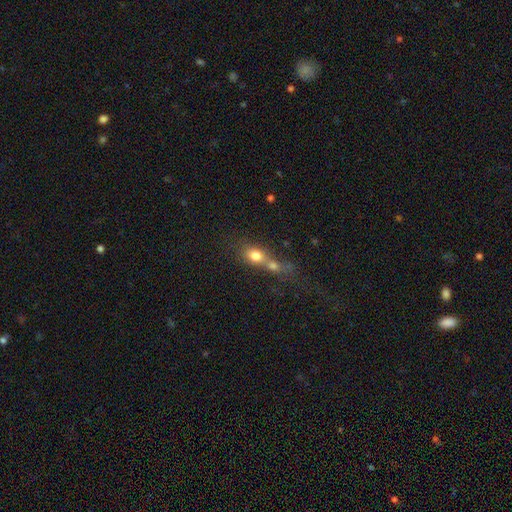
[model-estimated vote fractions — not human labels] Smooth or featured: smooth — 74% (featured or disk — 15%)
How rounded: in between — 51% (round — 44%)
Merging: merger — 65% (none — 21%)